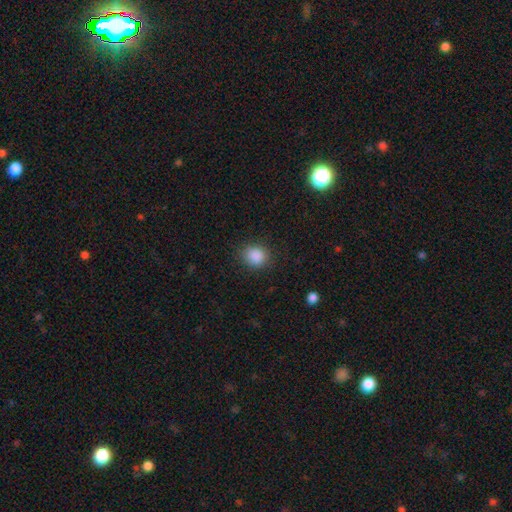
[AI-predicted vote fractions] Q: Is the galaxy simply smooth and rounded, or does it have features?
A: smooth — 87%.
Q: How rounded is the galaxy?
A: round — 73%.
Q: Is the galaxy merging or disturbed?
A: none — 85%.